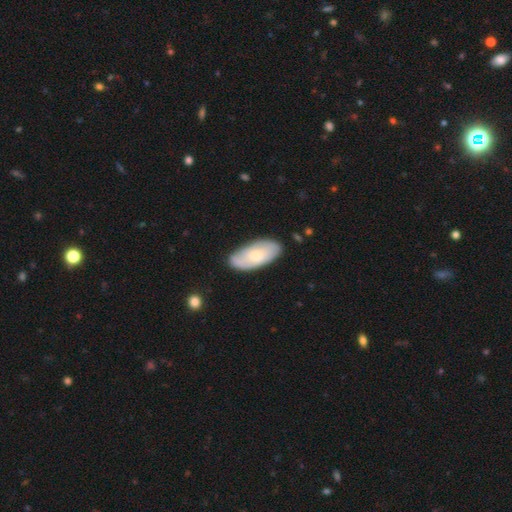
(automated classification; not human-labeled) This is possibly a smooth galaxy (51%). How rounded: clearly in between (90%). Merging: likely none (79%).